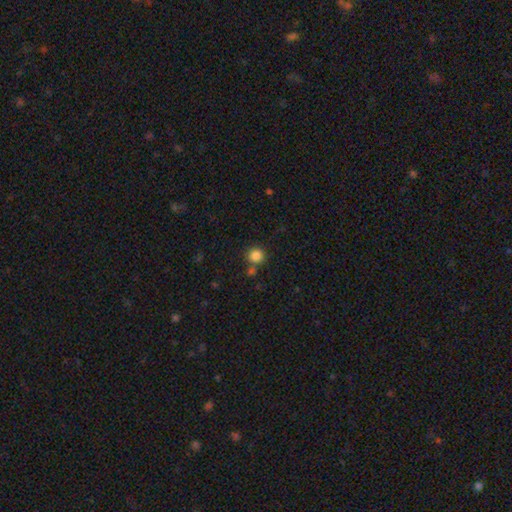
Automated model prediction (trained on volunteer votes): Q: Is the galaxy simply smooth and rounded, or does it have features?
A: smooth — 85%.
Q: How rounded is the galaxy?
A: round — 93%.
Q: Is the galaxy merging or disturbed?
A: none — 76%.